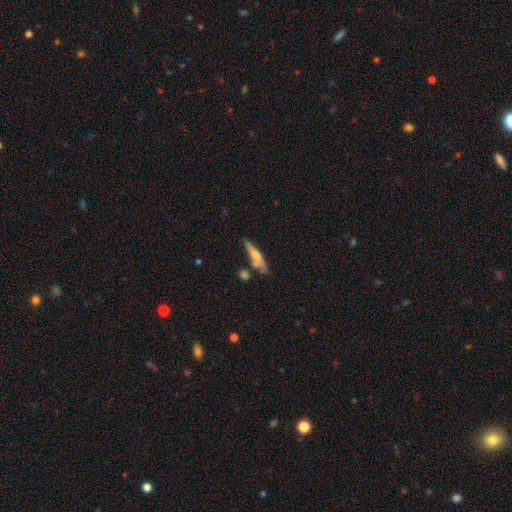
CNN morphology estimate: The model was most divided on "smooth or featured": smooth: 50%, featured or disk: 44%, star or artifact: 6%. More confident: merging — none (64%).